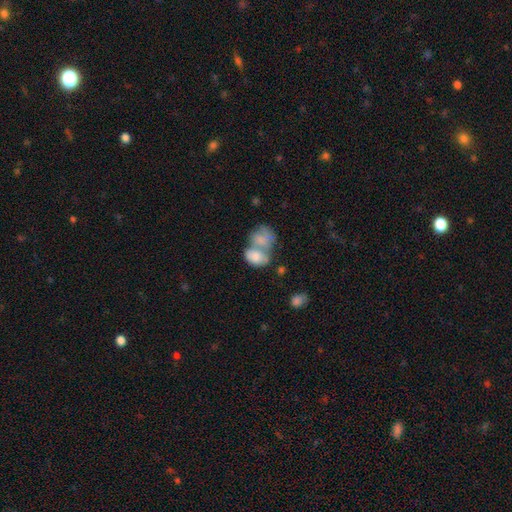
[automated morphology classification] Q: Smooth or featured?
A: smooth (70%); runner-up: featured or disk (22%)
Q: How rounded?
A: in between (74%); runner-up: round (24%)
Q: Merging?
A: merger (65%); runner-up: none (17%)